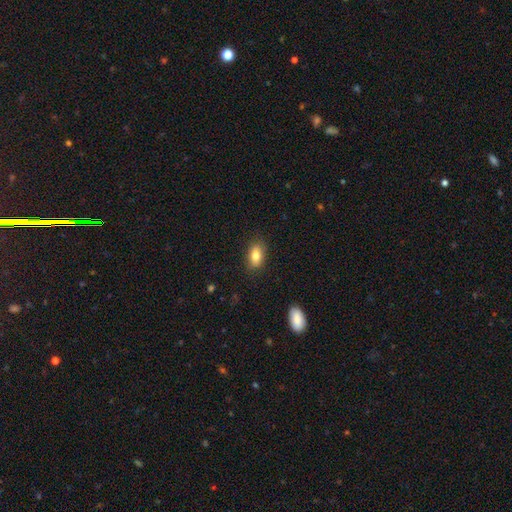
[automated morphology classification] Smooth or featured?
  - smooth: 82% *
  - featured or disk: 10%
  - star or artifact: 8%
How rounded?
  - in between: 89% *
  - round: 8%
  - cigar-shaped: 3%
Merging?
  - none: 85% *
  - minor disturbance: 12%
  - major disturbance: 3%
  - merger: 1%